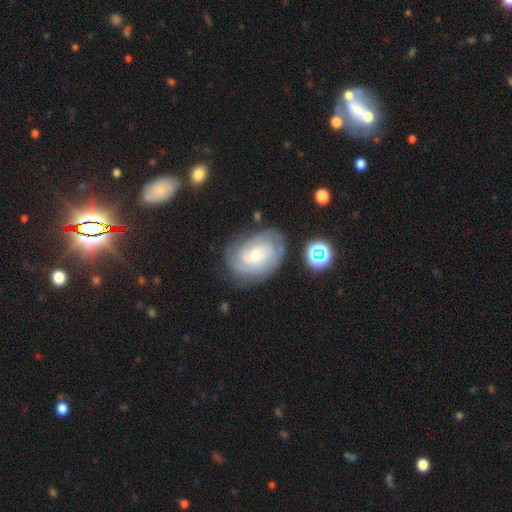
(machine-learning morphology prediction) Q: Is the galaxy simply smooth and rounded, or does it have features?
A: featured or disk — 71%.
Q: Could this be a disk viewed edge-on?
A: no — 97%.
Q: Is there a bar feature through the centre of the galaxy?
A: no — 66%.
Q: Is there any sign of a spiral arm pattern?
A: yes — 89%.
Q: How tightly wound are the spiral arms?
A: tight — 59%.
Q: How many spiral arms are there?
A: can't tell — 44%.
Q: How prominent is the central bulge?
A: small — 53%.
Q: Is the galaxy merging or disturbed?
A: none — 69%.